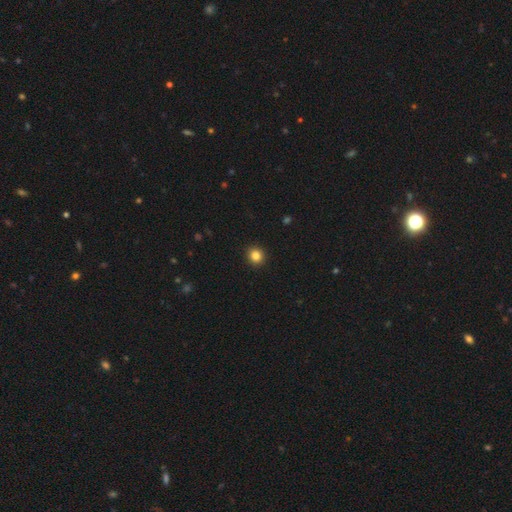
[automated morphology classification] smooth-or-featured: smooth: 84% | star or artifact: 12% | featured or disk: 5%
  how-rounded: round: 90% | in between: 9% | cigar-shaped: 1%
  merging: none: 93% | minor disturbance: 5% | major disturbance: 2% | merger: 1%